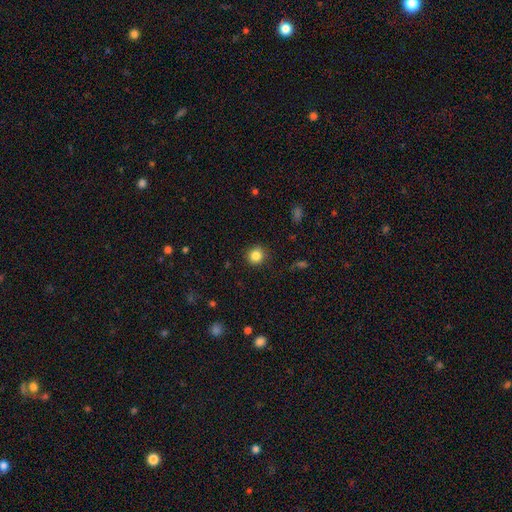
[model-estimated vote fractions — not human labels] A smooth galaxy with no disk features (84%) that is round (90%). Merging: none (89%).